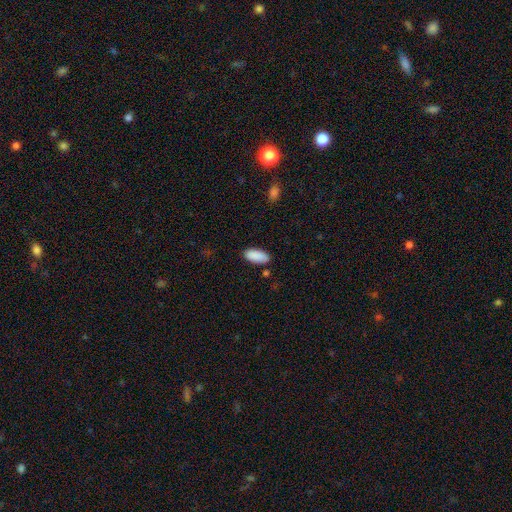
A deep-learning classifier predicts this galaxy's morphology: This is clearly a smooth galaxy (90%). How rounded: clearly in between (90%). Merging: clearly none (84%).